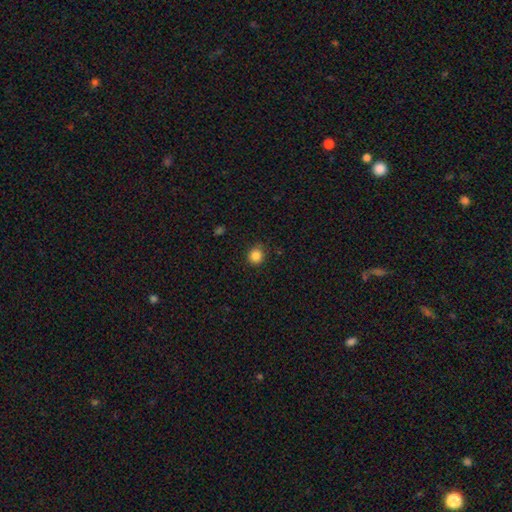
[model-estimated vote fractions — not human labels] Smooth or featured? smooth (85%)
How rounded? round (88%)
Merging? none (87%)